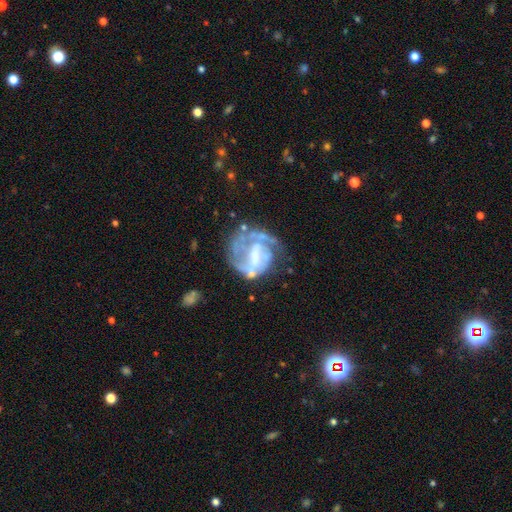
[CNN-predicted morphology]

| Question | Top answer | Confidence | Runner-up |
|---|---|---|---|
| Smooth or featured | featured or disk | 78% | smooth (15%) |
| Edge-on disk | no | 98% | yes (2%) |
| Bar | weak | 43% | no (30%) |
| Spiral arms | yes | 76% | no (24%) |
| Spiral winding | tight | 47% | medium (37%) |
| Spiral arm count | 2 | 29% | can't tell (28%) |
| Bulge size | none | 34% | moderate (31%) |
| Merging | none | 48% | major disturbance (25%) |